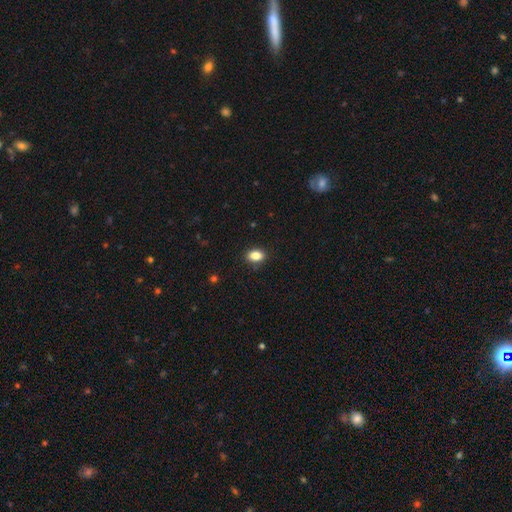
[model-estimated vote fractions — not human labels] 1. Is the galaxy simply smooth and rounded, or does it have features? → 85% smooth, 9% star or artifact, 5% featured or disk.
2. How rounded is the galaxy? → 80% in between, 18% round, 2% cigar-shaped.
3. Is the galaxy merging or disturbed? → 88% none, 9% minor disturbance, 2% major disturbance, 1% merger.